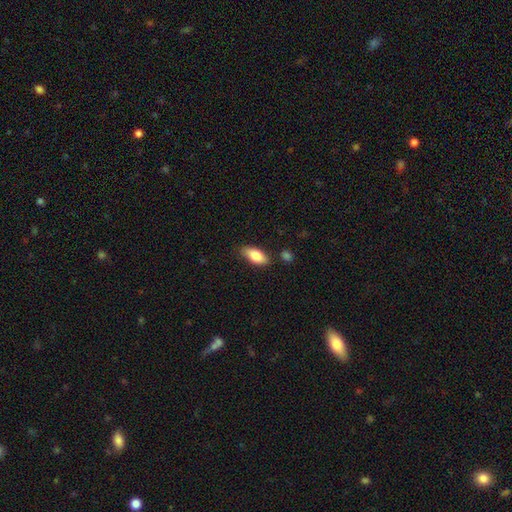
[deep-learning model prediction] This is clearly a smooth galaxy (83%). How rounded: clearly in between (87%). Merging: likely none (79%).